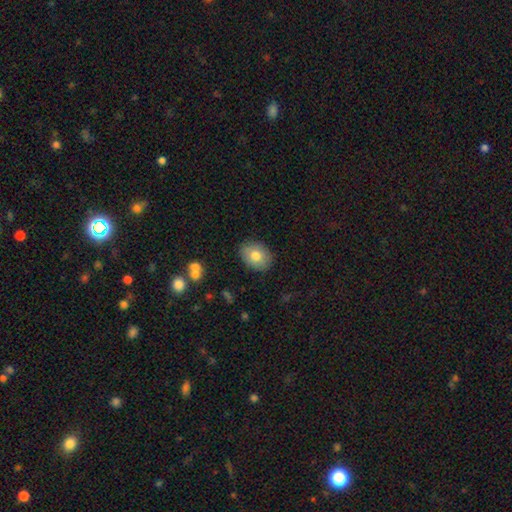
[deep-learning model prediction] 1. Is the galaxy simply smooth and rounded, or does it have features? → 78% smooth, 14% featured or disk, 8% star or artifact.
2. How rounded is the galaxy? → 65% in between, 34% round, 1% cigar-shaped.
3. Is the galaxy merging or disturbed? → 84% none, 12% minor disturbance, 3% major disturbance, 1% merger.